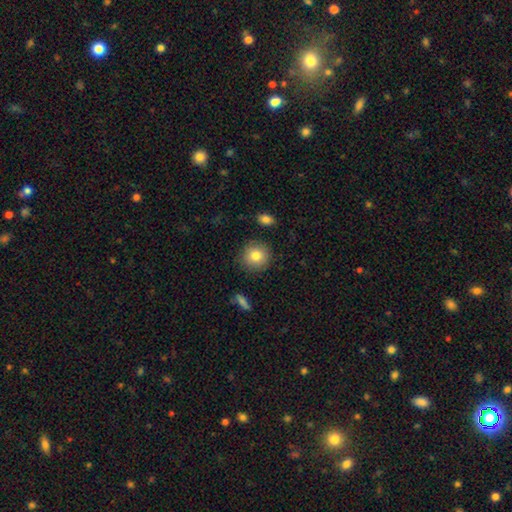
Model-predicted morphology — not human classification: smooth_or_featured: smooth (p=0.80) [alt: featured or disk p=0.11]
how_rounded: round (p=0.92) [alt: in between p=0.07]
merging: none (p=0.89) [alt: minor disturbance p=0.08]